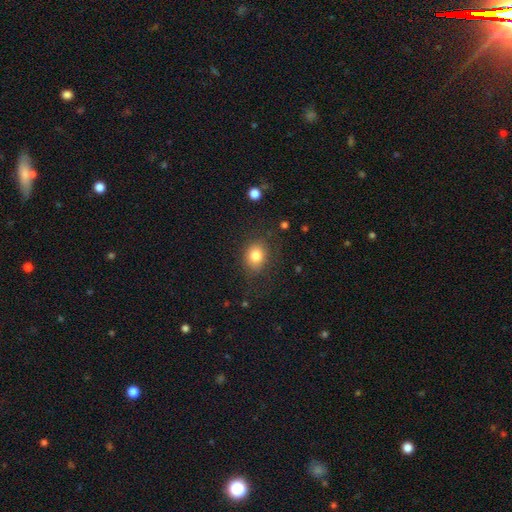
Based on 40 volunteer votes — smooth-or-featured: smooth: 90% | featured or disk: 8% | star or artifact: 2%
  how-rounded: in between: 69% | round: 31% | cigar-shaped: 0%
  merging: none: 87% | minor disturbance: 10% | merger: 3% | major disturbance: 0%